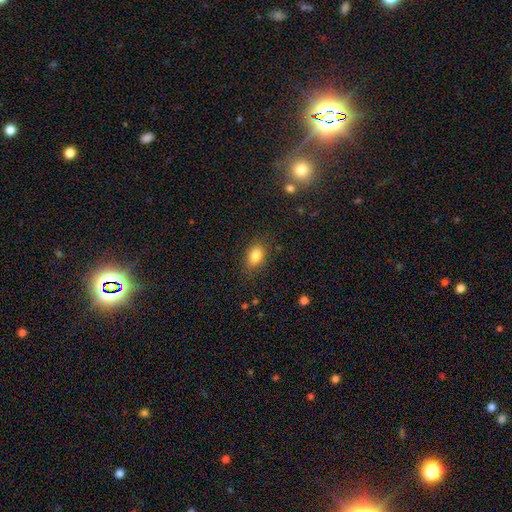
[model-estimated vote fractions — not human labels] Overall: smooth (83%). How rounded: in between (81%). Merging: none (81%).